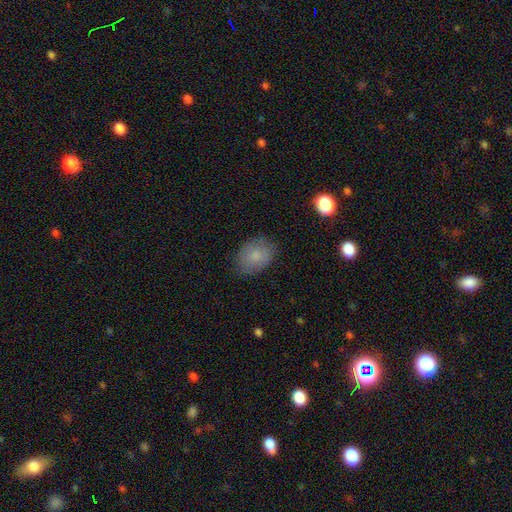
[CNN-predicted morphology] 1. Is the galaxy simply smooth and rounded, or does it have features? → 79% smooth, 12% featured or disk, 8% star or artifact.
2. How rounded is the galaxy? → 70% in between, 29% round, 1% cigar-shaped.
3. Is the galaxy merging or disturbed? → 78% none, 17% minor disturbance, 5% major disturbance, 1% merger.